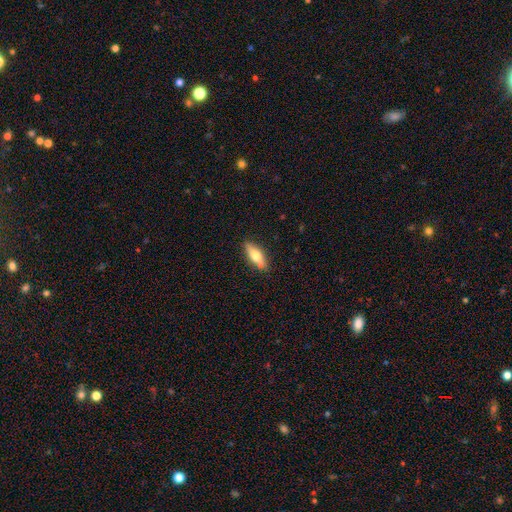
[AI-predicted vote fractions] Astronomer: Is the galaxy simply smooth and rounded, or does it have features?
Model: smooth — 64%.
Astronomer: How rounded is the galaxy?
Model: in between — 59% (runner-up: cigar-shaped, 38%).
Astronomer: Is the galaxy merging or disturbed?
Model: none — 84%.